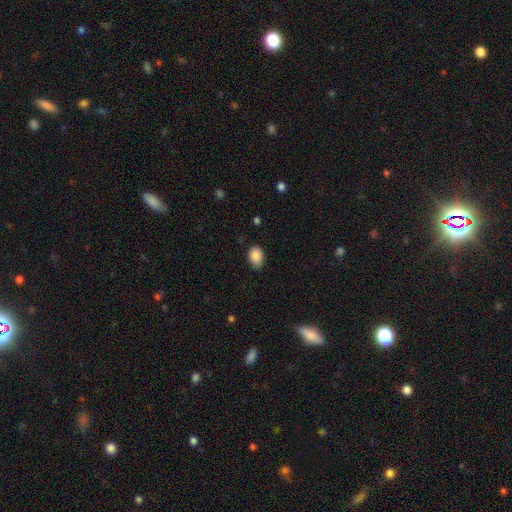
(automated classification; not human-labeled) This appears to be a smooth galaxy with no disk features (88%) that is in between round and cigar-shaped (80%). Merging: none (80%).